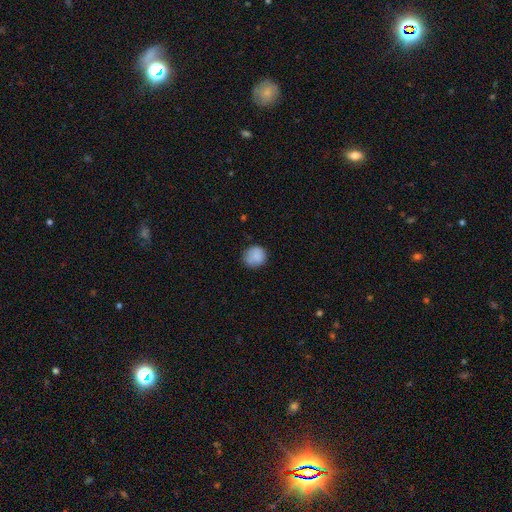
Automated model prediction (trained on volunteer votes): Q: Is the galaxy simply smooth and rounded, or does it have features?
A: smooth — 87%.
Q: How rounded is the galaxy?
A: round — 88%.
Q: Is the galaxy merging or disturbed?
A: none — 79%.